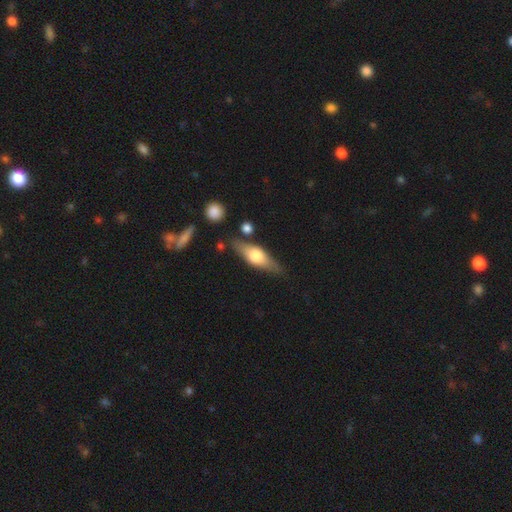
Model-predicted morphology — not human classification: Overall: featured or disk (51%; smooth 43%). Edge-on disk: yes (89%). Merging: none (79%).